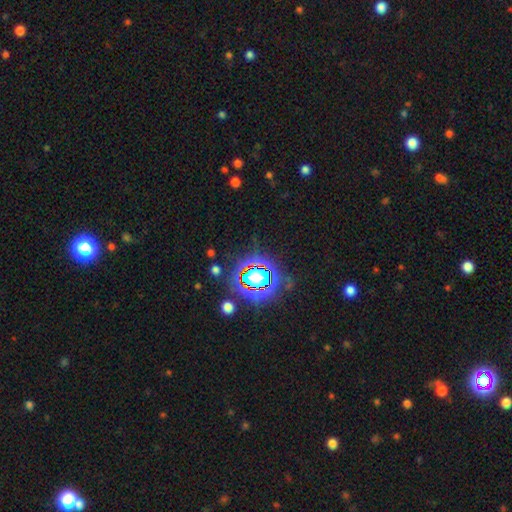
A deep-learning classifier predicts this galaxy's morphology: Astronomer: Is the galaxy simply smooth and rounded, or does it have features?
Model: star or artifact — 77%.